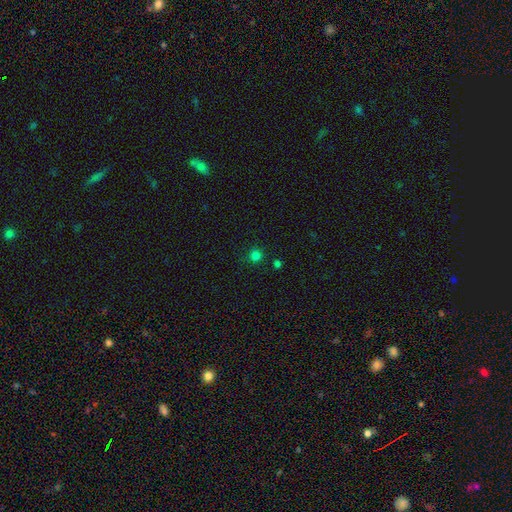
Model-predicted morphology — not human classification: Smooth or featured? Predicted: smooth (p=0.77). How rounded? Predicted: round (p=0.93). Merging? Predicted: none (p=0.86).